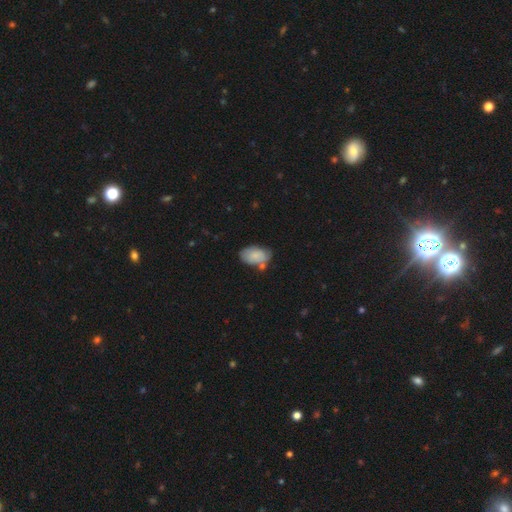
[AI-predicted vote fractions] A smooth galaxy with no disk features (80%) that is in between round and cigar-shaped (92%).

Vote fractions:
- Smooth or featured? smooth: 80% / featured or disk: 13% / star or artifact: 7%
- How rounded? in between: 92% / round: 7% / cigar-shaped: 1%
- Merging? none: 58% / minor disturbance: 25% / merger: 12% / major disturbance: 6%